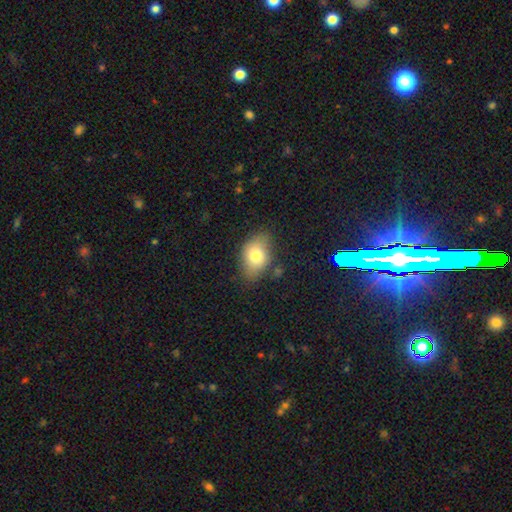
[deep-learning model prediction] This appears to be a smooth galaxy with no disk features (77%) that is in between round and cigar-shaped (82%). Merging: none (70%).